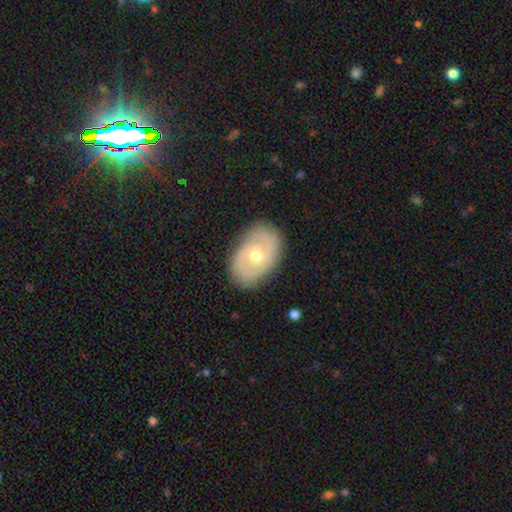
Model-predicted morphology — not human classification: Smooth or featured: featured or disk — 72% (smooth — 22%)
Edge-on disk: no — 95% (yes — 5%)
Bar: no — 72% (weak — 24%)
Spiral arms: yes — 81% (no — 19%)
Spiral winding: tight — 51% (medium — 36%)
Spiral arm count: 2 — 68% (can't tell — 20%)
Bulge size: moderate — 58% (small — 39%)
Merging: none — 82% (minor disturbance — 14%)